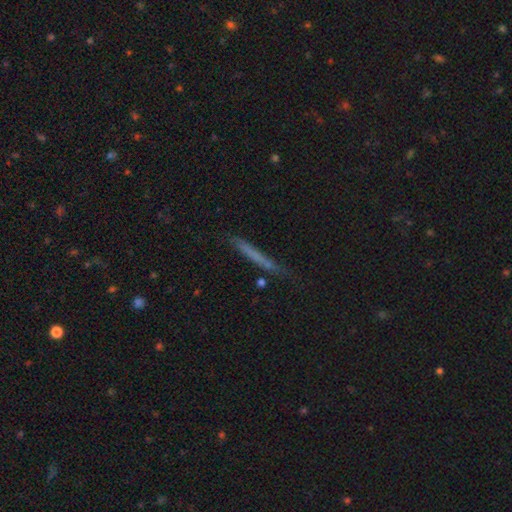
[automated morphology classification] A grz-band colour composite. It shows a smooth galaxy with no disk features (59%) that is cigar-shaped (95%). Merging: none (76%).